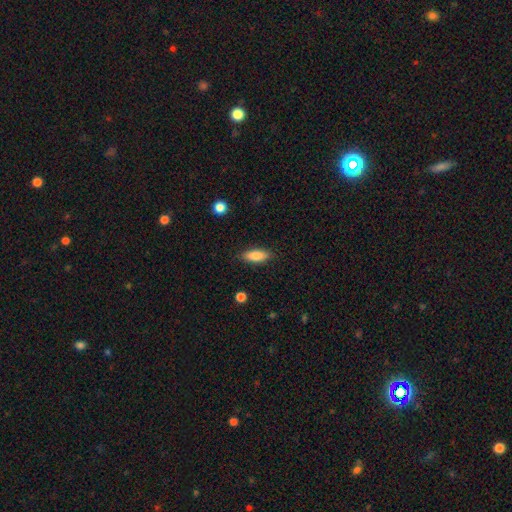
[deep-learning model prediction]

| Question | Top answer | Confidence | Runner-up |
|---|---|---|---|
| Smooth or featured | smooth | 85% | featured or disk (8%) |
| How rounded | in between | 75% | cigar-shaped (23%) |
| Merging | none | 87% | minor disturbance (10%) |